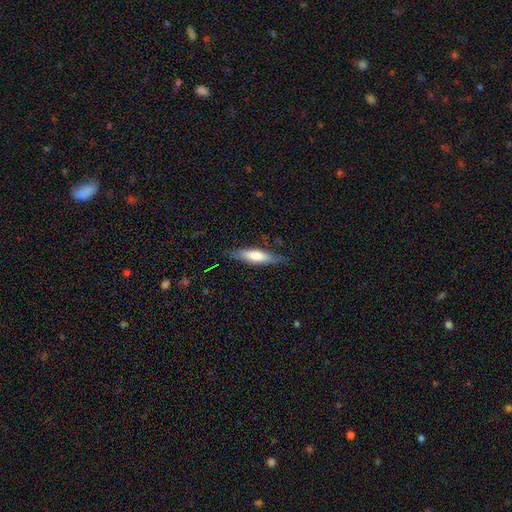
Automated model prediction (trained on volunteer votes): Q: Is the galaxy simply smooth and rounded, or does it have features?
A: smooth — 61%.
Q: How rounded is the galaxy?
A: cigar-shaped — 69%.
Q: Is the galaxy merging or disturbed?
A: none — 80%.